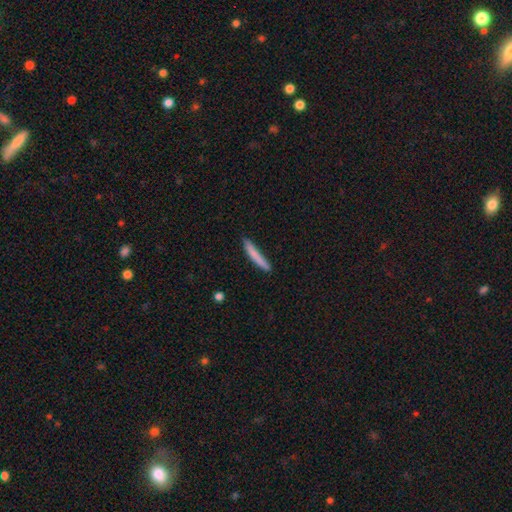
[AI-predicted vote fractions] Q: Smooth or featured?
A: smooth (78%); runner-up: featured or disk (16%)
Q: How rounded?
A: cigar-shaped (95%); runner-up: in between (4%)
Q: Merging?
A: none (83%); runner-up: minor disturbance (13%)